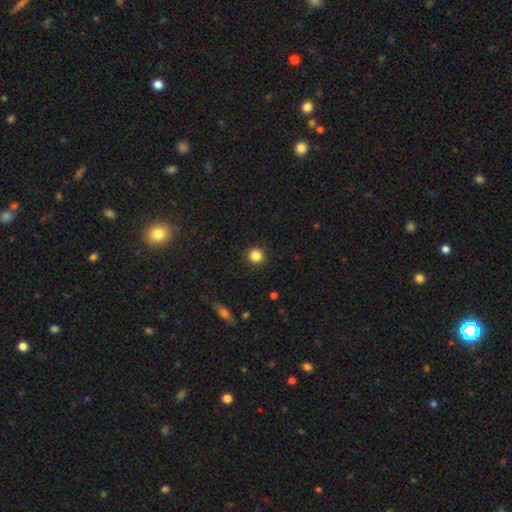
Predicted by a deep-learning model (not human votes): smooth 85%, star or artifact 11%, featured or disk 4%. Down the decision tree: how rounded — round (94%); merging — none (92%).